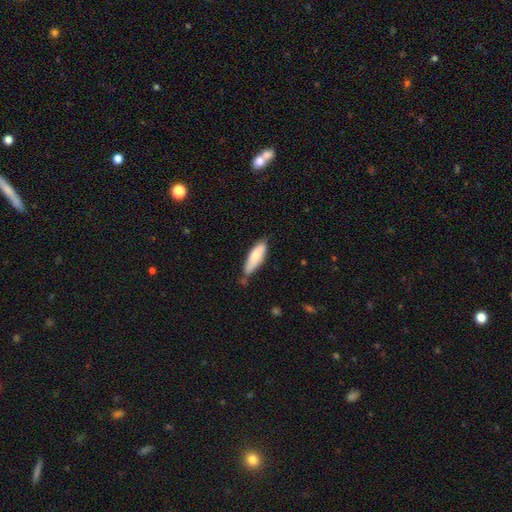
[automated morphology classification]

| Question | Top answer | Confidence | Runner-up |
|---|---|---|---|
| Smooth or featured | smooth | 80% | featured or disk (14%) |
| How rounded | cigar-shaped | 51% | in between (47%) |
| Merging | none | 64% | minor disturbance (27%) |